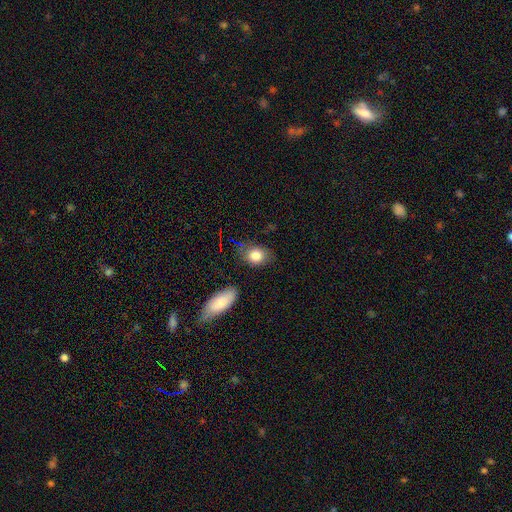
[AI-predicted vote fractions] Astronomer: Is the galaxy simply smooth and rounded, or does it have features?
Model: smooth — 83%.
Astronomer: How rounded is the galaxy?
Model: in between — 64%.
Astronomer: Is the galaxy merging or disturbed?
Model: none — 72%.